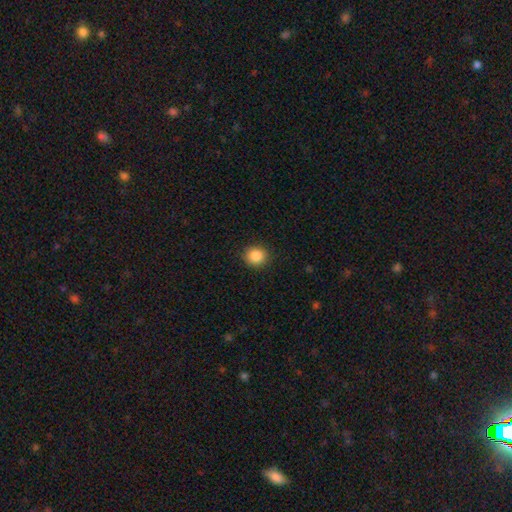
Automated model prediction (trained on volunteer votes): smooth 87%, star or artifact 10%, featured or disk 4%. Down the decision tree: how rounded — round (86%); merging — none (90%).